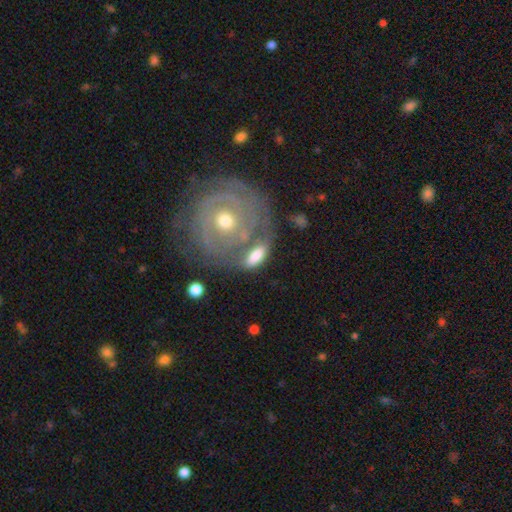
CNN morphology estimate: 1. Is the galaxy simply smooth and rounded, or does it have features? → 53% smooth, 40% featured or disk, 7% star or artifact.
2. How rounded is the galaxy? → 81% in between, 10% round, 9% cigar-shaped.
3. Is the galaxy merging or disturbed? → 43% none, 30% merger, 17% minor disturbance, 10% major disturbance.